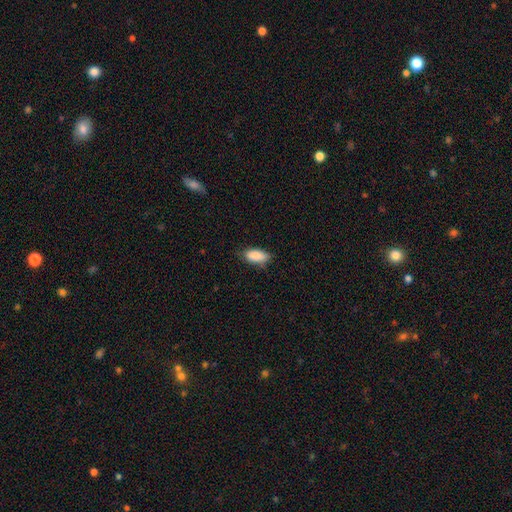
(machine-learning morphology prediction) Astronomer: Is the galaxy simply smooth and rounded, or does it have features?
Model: smooth — 88%.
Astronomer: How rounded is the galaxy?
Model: in between — 87%.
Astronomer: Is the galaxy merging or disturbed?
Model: none — 74%.